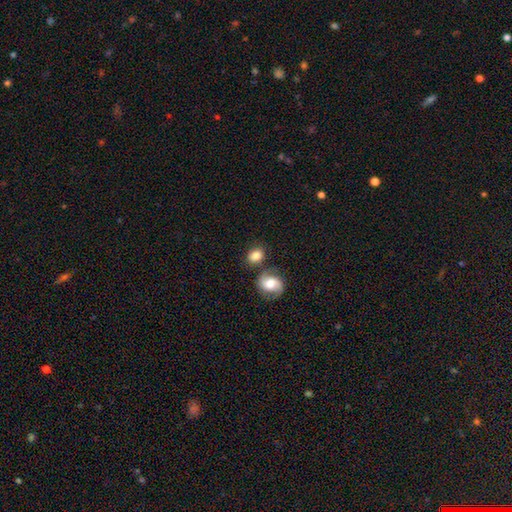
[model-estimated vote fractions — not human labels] A smooth galaxy with no disk features (80%) that is in between round and cigar-shaped (60%).

Vote fractions:
- Smooth or featured? smooth: 80% / featured or disk: 13% / star or artifact: 7%
- How rounded? in between: 60% / round: 39% / cigar-shaped: 1%
- Merging? none: 61% / merger: 20% / minor disturbance: 15% / major disturbance: 4%